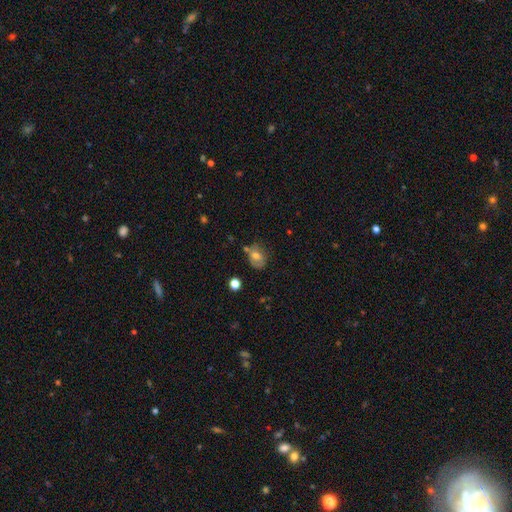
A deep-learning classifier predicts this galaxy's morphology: This is likely a smooth galaxy (66%). How rounded: possibly in between (58%). Merging: possibly none (55%).